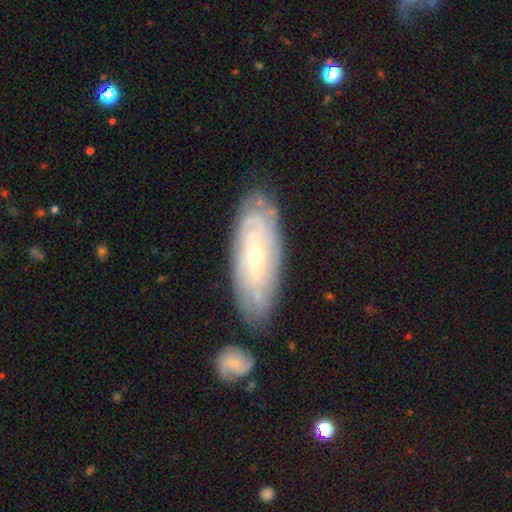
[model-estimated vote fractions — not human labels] The model was most divided on "bar": no: 62%, weak: 29%, strong: 9%. More confident: edge-on disk — no (86%); spiral arms — yes (85%); smooth or featured — featured or disk (76%); merging — none (75%); spiral winding — tight (73%); bulge size — small (67%); spiral arm count — can't tell (60%).